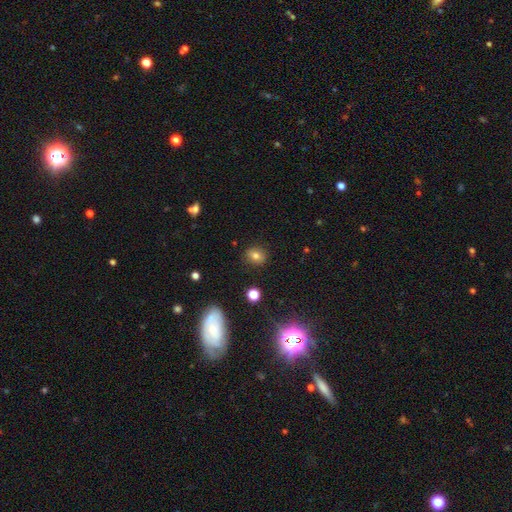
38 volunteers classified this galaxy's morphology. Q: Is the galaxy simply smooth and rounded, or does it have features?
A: smooth — 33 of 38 (87%).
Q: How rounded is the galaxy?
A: round — 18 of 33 (55%).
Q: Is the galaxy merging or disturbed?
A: none — 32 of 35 (91%).